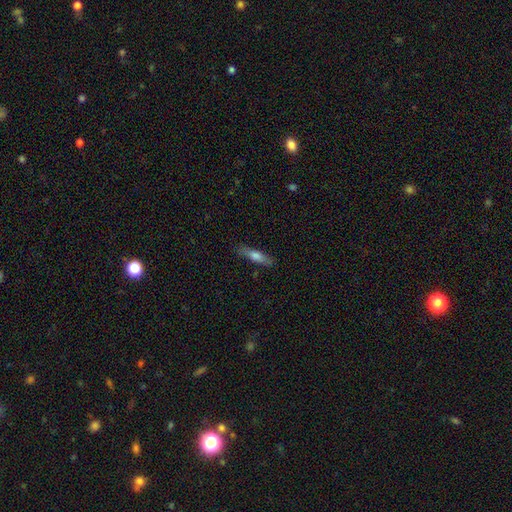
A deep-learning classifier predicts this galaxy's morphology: smooth_or_featured: smooth (p=0.60) [alt: featured or disk p=0.33]
how_rounded: cigar-shaped (p=0.75) [alt: in between p=0.23]
merging: none (p=0.85) [alt: minor disturbance p=0.12]